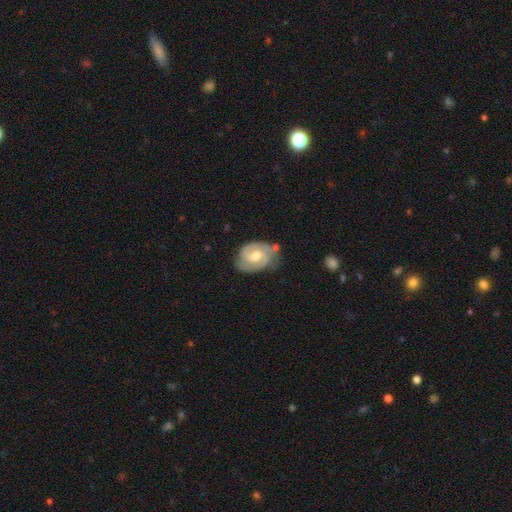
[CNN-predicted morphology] Smooth or featured? Predicted: featured or disk (p=0.79). Edge-on disk? Predicted: no (p=0.97). Bar? Predicted: weak (p=0.50). Spiral arms? Predicted: yes (p=0.93). Spiral winding? Predicted: tight (p=0.45). Spiral arm count? Predicted: 2 (p=0.80). Bulge size? Predicted: moderate (p=0.71). Merging? Predicted: none (p=0.68).